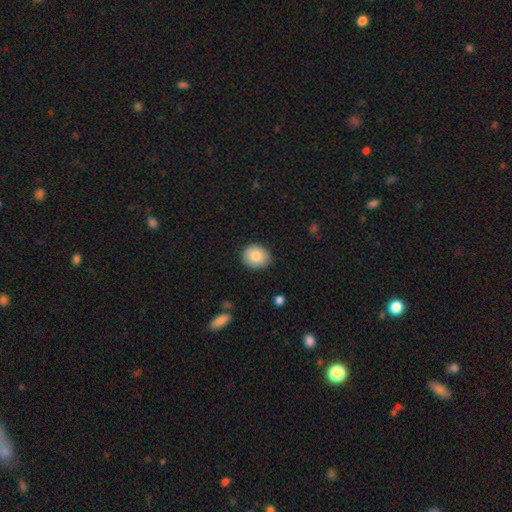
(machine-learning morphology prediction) type=smooth (83%); roundness=round (72%); merging=none (86%).